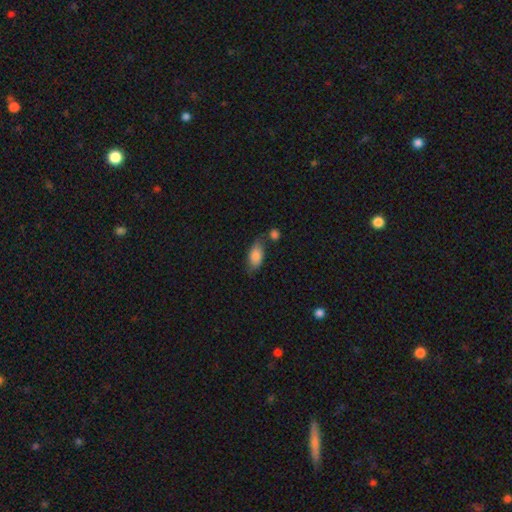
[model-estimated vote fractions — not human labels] smooth-or-featured: smooth: 82% | featured or disk: 11% | star or artifact: 7%
  how-rounded: in between: 90% | cigar-shaped: 7% | round: 4%
  merging: none: 57% | minor disturbance: 22% | merger: 14% | major disturbance: 7%